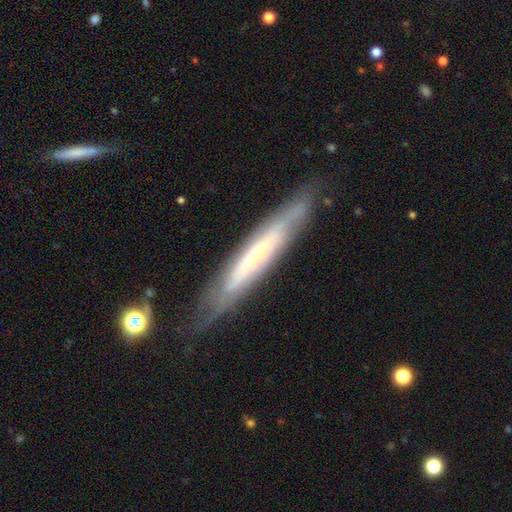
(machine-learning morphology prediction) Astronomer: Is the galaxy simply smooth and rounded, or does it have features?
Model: featured or disk — 67%.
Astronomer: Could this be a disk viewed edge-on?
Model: yes — 62% (runner-up: no, 38%).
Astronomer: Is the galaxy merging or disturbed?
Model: none — 76%.